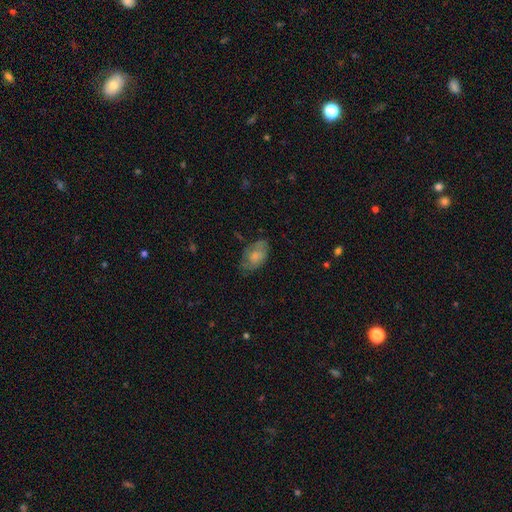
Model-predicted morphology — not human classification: A smooth galaxy with no disk features (67%) that is in between round and cigar-shaped (91%). Merging: none (58%).